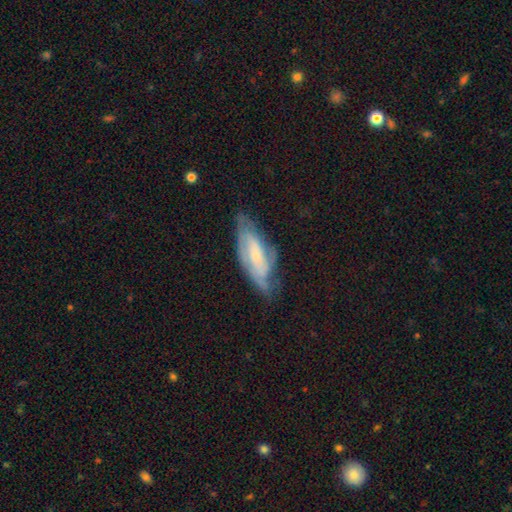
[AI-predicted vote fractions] Smooth or featured: featured or disk — 66% (smooth — 27%)
Edge-on disk: no — 84% (yes — 16%)
Bar: no — 52% (weak — 34%)
Spiral arms: yes — 81% (no — 19%)
Bulge size: small — 53% (moderate — 34%)
Merging: none — 54% (minor disturbance — 31%)